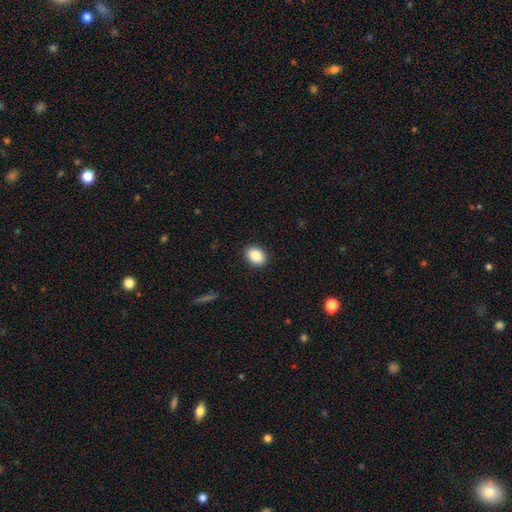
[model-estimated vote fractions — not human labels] Smooth or featured?
  - smooth: 88% *
  - star or artifact: 8%
  - featured or disk: 4%
How rounded?
  - in between: 74% *
  - round: 25%
  - cigar-shaped: 1%
Merging?
  - none: 89% *
  - minor disturbance: 8%
  - major disturbance: 2%
  - merger: 1%